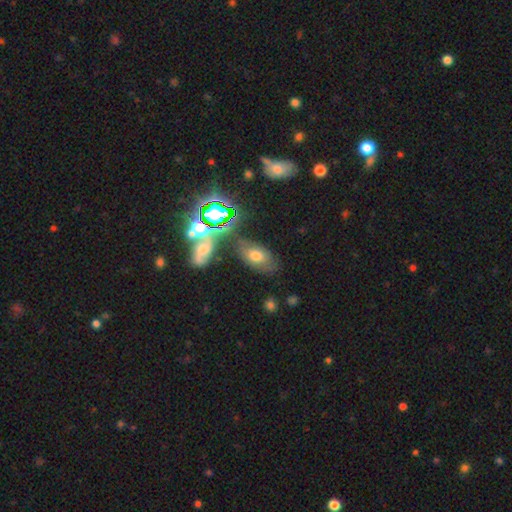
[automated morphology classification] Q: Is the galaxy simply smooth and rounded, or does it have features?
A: smooth — 56%.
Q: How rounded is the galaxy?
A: in between — 88%.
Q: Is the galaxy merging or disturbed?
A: none — 61%.